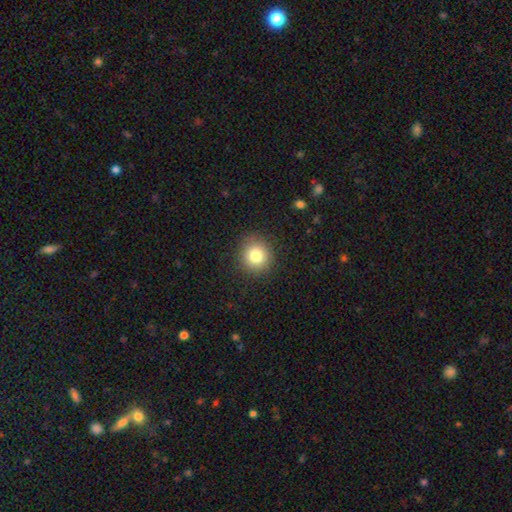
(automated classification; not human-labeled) A smooth galaxy with no disk features (81%) that is round (89%). Merging: none (89%).